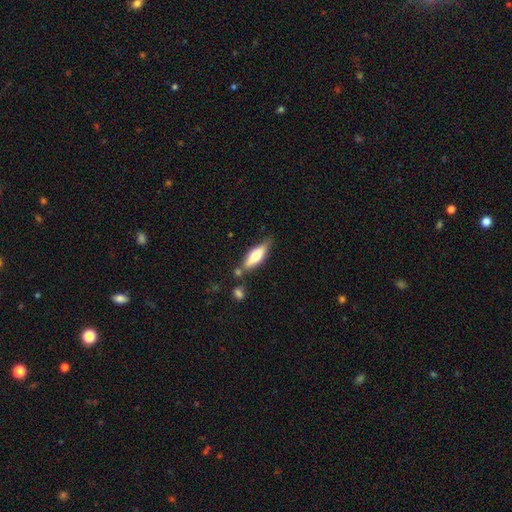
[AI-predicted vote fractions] Morphology: type=smooth (56%); roundness=cigar-shaped (54%); merging=none (68%).